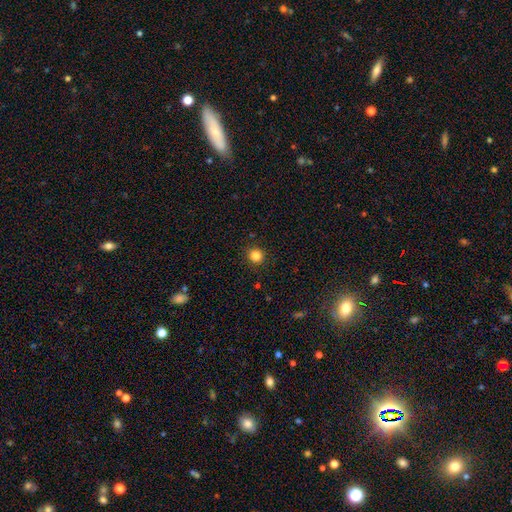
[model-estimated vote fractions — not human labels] The model was most divided on "smooth or featured": smooth: 84%, star or artifact: 12%, featured or disk: 4%. More confident: merging — none (91%); how rounded — round (91%).